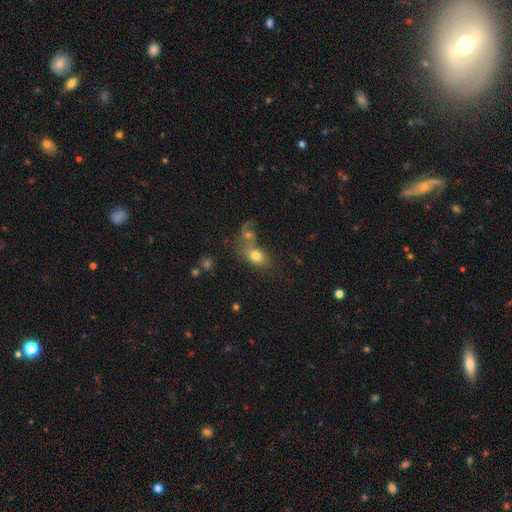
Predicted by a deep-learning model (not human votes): The model was most divided on "merging": merger: 46%, none: 36%, minor disturbance: 11%, major disturbance: 7%. More confident: smooth or featured — smooth (74%); how rounded — in between (71%).